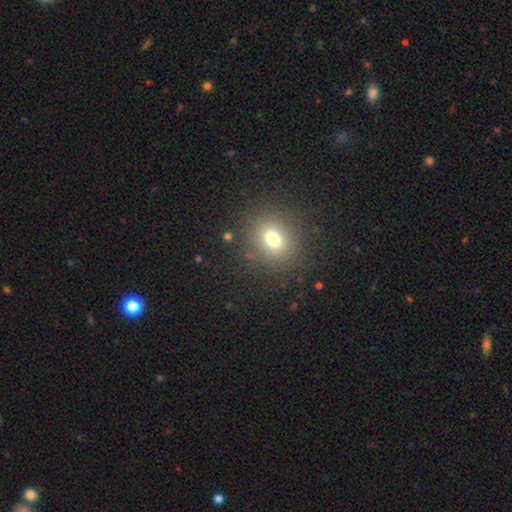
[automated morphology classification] The model was most divided on "smooth or featured": smooth: 69%, star or artifact: 21%, featured or disk: 10%. More confident: merging — none (89%); how rounded — round (76%).